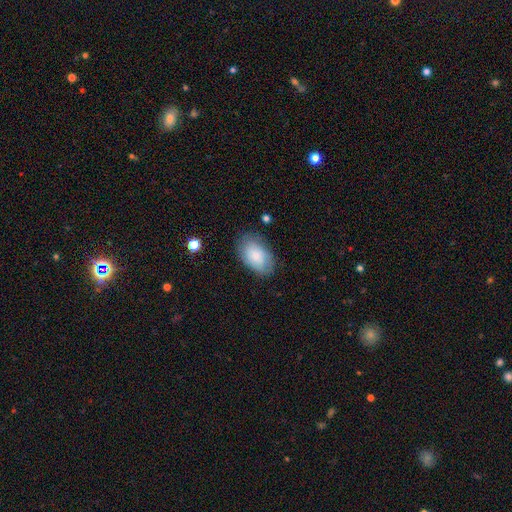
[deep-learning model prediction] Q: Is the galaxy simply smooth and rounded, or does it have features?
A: smooth — 82%.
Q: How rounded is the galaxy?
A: in between — 93%.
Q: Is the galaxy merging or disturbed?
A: none — 77%.